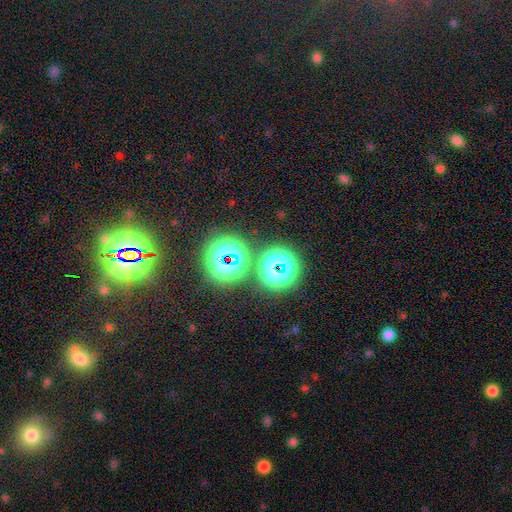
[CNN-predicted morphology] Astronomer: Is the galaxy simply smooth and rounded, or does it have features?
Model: star or artifact — 77%.